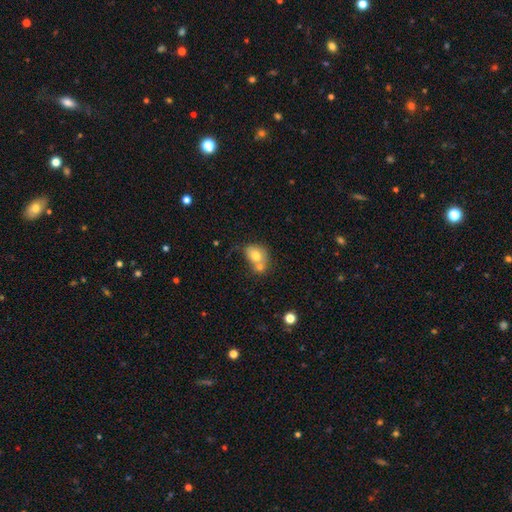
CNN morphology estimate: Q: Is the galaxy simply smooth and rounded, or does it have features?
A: smooth — 74%.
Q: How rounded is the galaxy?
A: in between — 59%.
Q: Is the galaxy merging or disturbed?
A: merger — 49%.